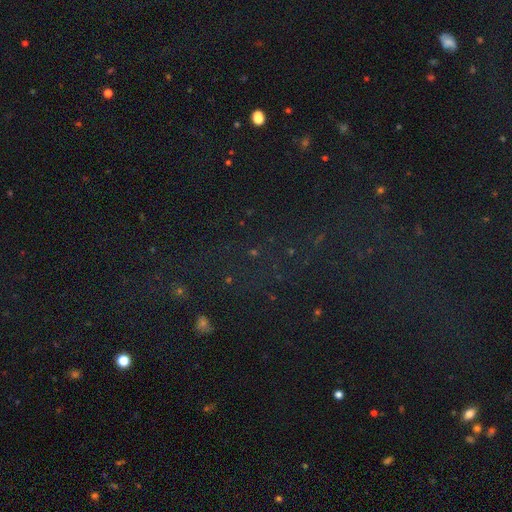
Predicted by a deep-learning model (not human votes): Smooth or featured? Predicted: star or artifact (p=0.72).